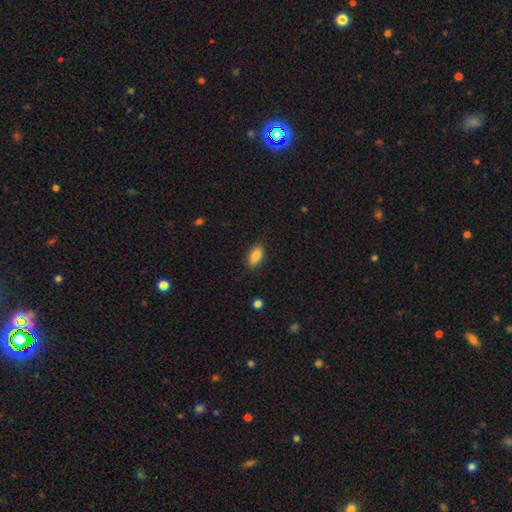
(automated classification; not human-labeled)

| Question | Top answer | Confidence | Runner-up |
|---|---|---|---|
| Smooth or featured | smooth | 85% | star or artifact (8%) |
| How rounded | in between | 90% | round (6%) |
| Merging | none | 86% | minor disturbance (11%) |